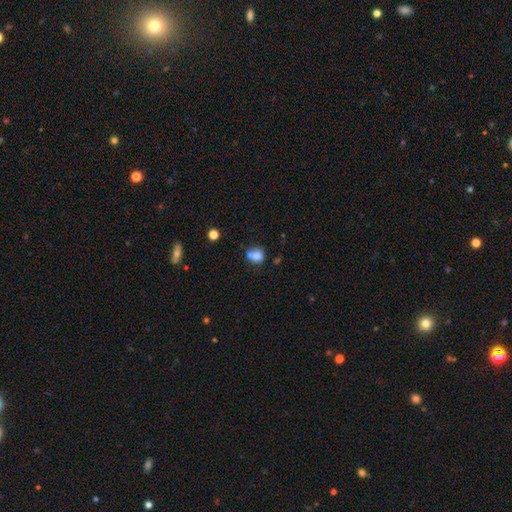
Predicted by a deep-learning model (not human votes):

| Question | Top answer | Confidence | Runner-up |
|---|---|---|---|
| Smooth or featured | smooth | 76% | featured or disk (13%) |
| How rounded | round | 58% | in between (41%) |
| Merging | none | 41% | merger (31%) |